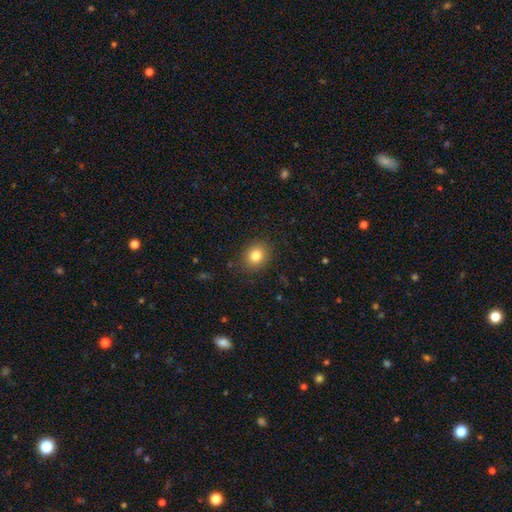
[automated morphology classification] Smooth or featured?
  - smooth: 82% *
  - star or artifact: 11%
  - featured or disk: 7%
How rounded?
  - round: 65% *
  - in between: 34%
  - cigar-shaped: 1%
Merging?
  - none: 87% *
  - minor disturbance: 9%
  - major disturbance: 3%
  - merger: 1%